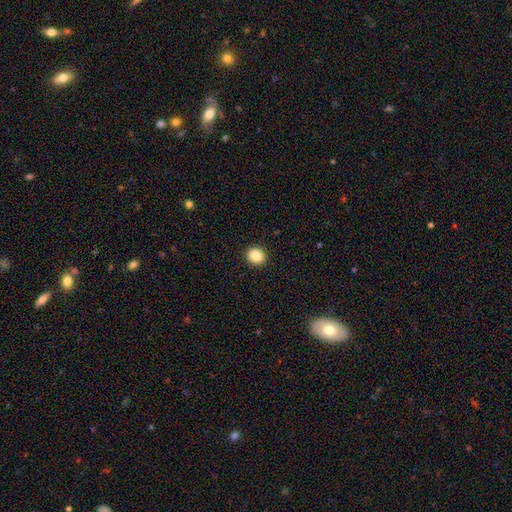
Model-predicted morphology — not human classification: Smooth or featured? smooth (88%)
How rounded? round (85%)
Merging? none (92%)